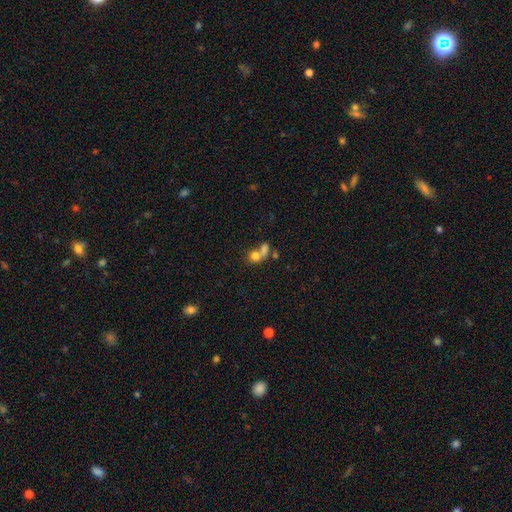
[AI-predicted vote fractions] Q: Smooth or featured?
A: smooth (73%); runner-up: featured or disk (14%)
Q: How rounded?
A: round (65%); runner-up: in between (33%)
Q: Merging?
A: merger (58%); runner-up: none (28%)